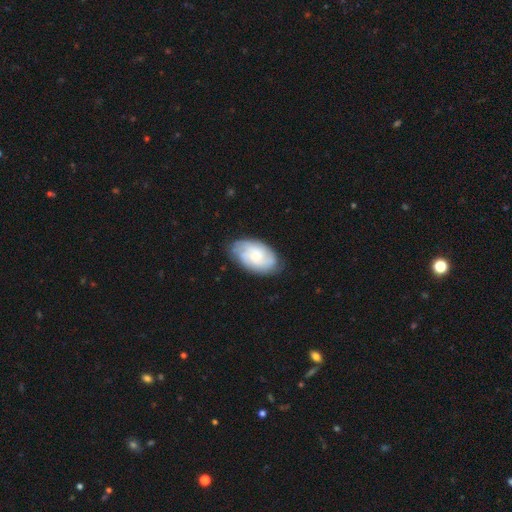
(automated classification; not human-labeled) smooth_or_featured: featured or disk (p=0.59) [alt: smooth p=0.34]
disk_edge_on: no (p=0.96) [alt: yes p=0.04]
bar: no (p=0.69) [alt: weak p=0.27]
has_spiral_arms: yes (p=0.90) [alt: no p=0.10]
spiral_winding: tight (p=0.51) [alt: medium p=0.36]
spiral_arm_count: can't tell (p=0.41) [alt: 3 p=0.21]
bulge_size: small (p=0.43) [alt: moderate p=0.36]
merging: none (p=0.74) [alt: minor disturbance p=0.19]